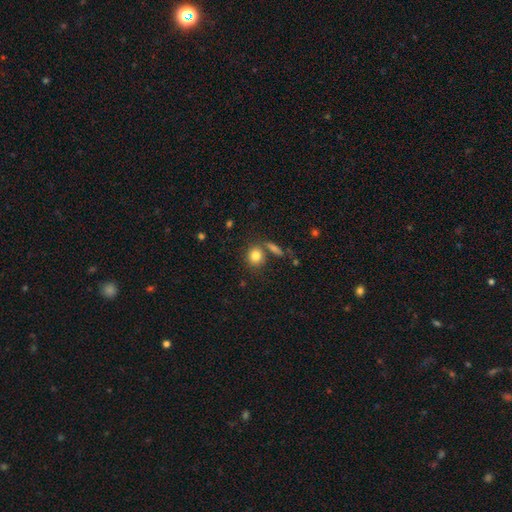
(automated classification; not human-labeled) Morphology: type=smooth (82%); roundness=round (73%); merging=none (68%).